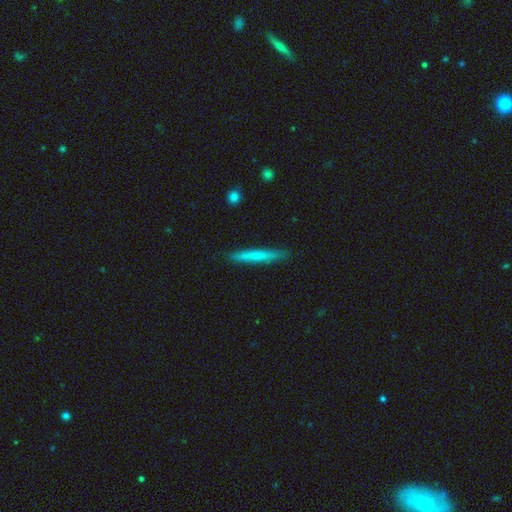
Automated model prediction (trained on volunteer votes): smooth-or-featured: smooth: 66% | featured or disk: 28% | star or artifact: 6%
  how-rounded: cigar-shaped: 95% | in between: 3% | round: 1%
  merging: none: 89% | minor disturbance: 8% | major disturbance: 2% | merger: 1%